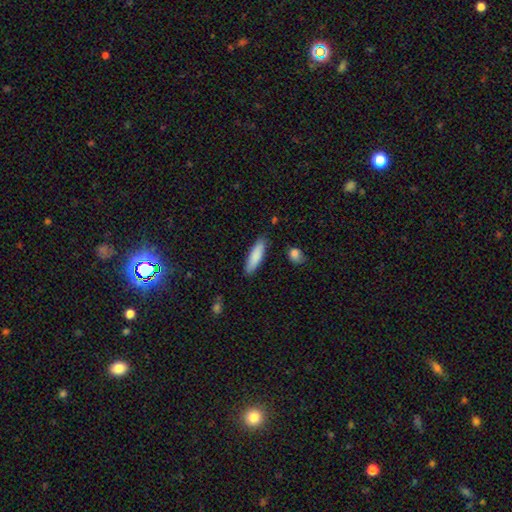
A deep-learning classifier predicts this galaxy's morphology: Q: Smooth or featured?
A: smooth (86%); runner-up: featured or disk (8%)
Q: How rounded?
A: cigar-shaped (64%); runner-up: in between (34%)
Q: Merging?
A: none (87%); runner-up: minor disturbance (10%)